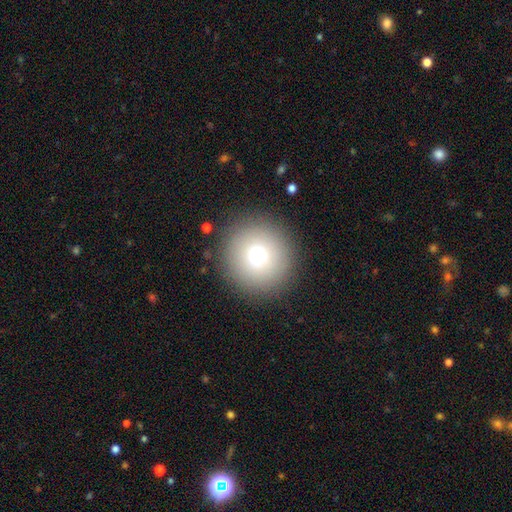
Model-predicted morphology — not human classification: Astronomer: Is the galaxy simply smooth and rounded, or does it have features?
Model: smooth — 73%.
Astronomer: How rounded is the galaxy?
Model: round — 95%.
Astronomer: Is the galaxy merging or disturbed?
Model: none — 91%.